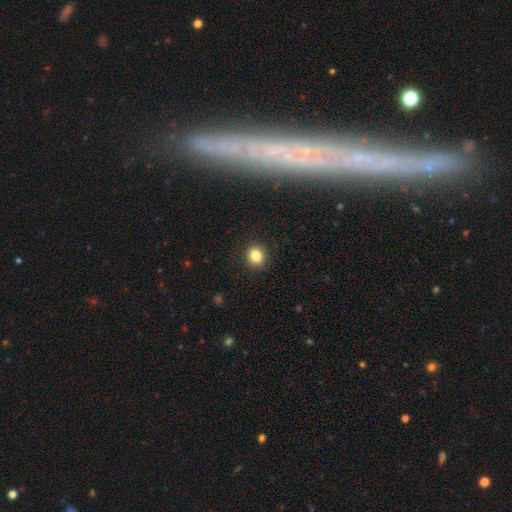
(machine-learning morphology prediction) The model was most divided on "how rounded": round: 74%, in between: 25%, cigar-shaped: 1%. More confident: merging — none (90%); smooth or featured — smooth (84%).